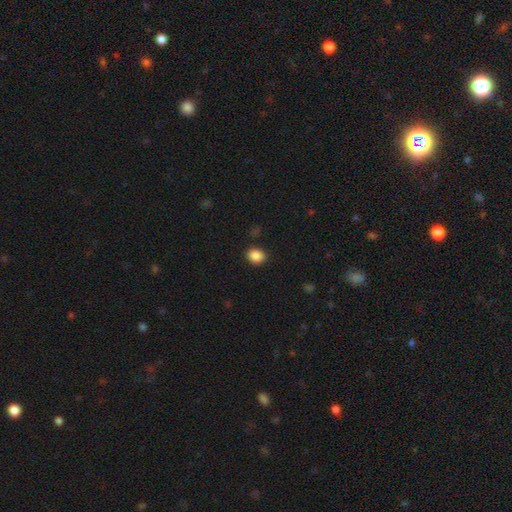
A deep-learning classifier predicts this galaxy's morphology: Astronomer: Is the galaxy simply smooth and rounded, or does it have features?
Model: smooth — 88%.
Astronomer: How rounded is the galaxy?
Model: round — 53% (runner-up: in between, 46%).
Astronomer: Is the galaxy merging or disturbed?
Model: none — 87%.